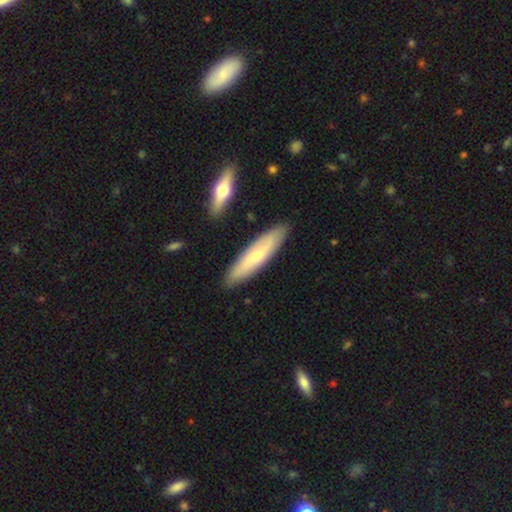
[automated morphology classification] The model was most divided on "smooth or featured": smooth: 55%, featured or disk: 40%, star or artifact: 6%. More confident: merging — none (86%); how rounded — cigar-shaped (73%).